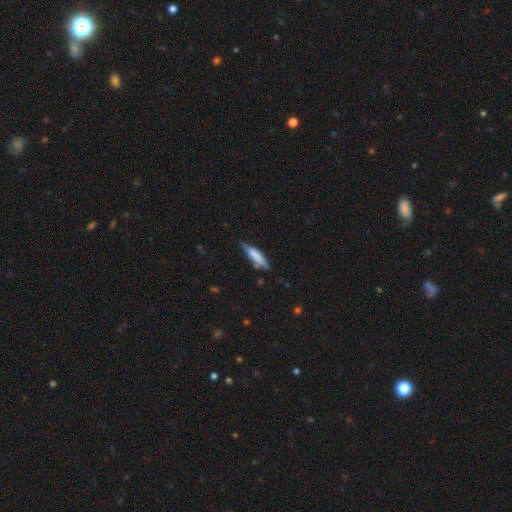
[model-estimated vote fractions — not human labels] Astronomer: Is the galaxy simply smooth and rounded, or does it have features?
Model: smooth — 70%.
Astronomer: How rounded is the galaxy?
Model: cigar-shaped — 71%.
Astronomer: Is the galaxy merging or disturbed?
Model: none — 56% (runner-up: minor disturbance, 32%).